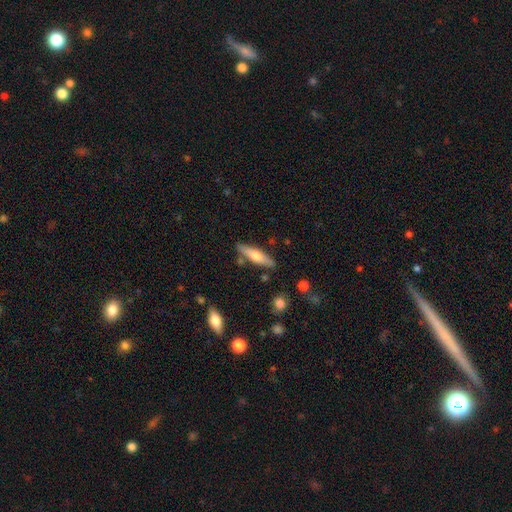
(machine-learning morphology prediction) Smooth or featured?
  - smooth: 49% *
  - featured or disk: 46%
  - star or artifact: 6%
Merging?
  - none: 82% *
  - minor disturbance: 11%
  - merger: 4%
  - major disturbance: 2%